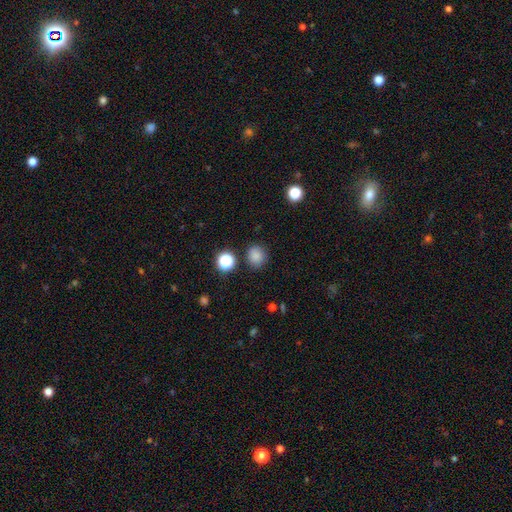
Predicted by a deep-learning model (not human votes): This is clearly a smooth galaxy (81%). How rounded: clearly round (83%). Merging: clearly none (82%).